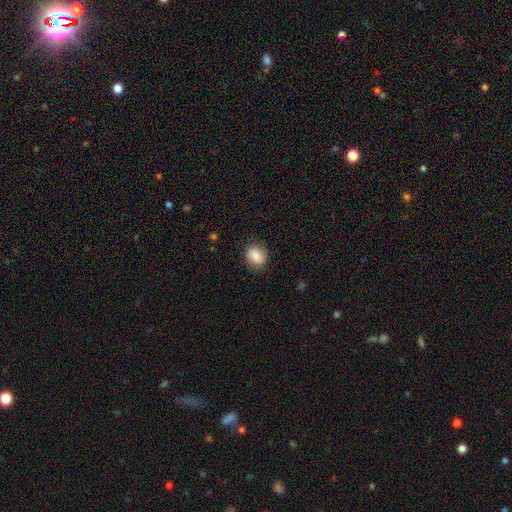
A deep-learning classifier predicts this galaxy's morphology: The model was most divided on "how rounded": round: 51%, in between: 48%, cigar-shaped: 2%. More confident: merging — none (82%); smooth or featured — smooth (78%).